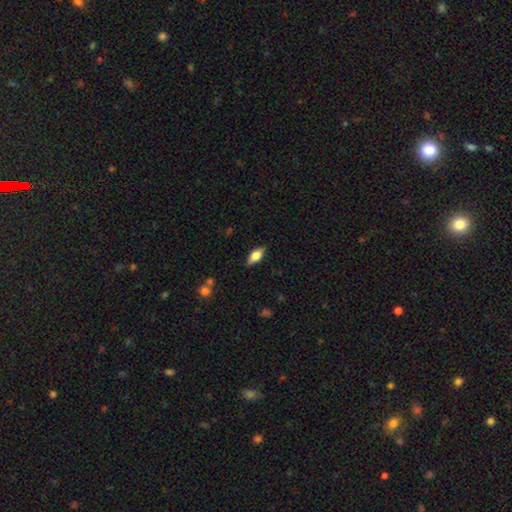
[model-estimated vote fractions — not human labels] Morphology: type=smooth (62%); roundness=in between (81%); merging=none (85%).